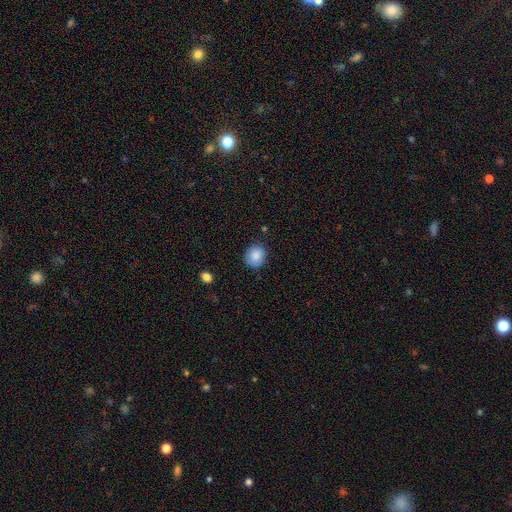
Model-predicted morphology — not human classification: Q: Smooth or featured?
A: smooth (85%); runner-up: star or artifact (8%)
Q: How rounded?
A: round (73%); runner-up: in between (26%)
Q: Merging?
A: none (81%); runner-up: minor disturbance (15%)